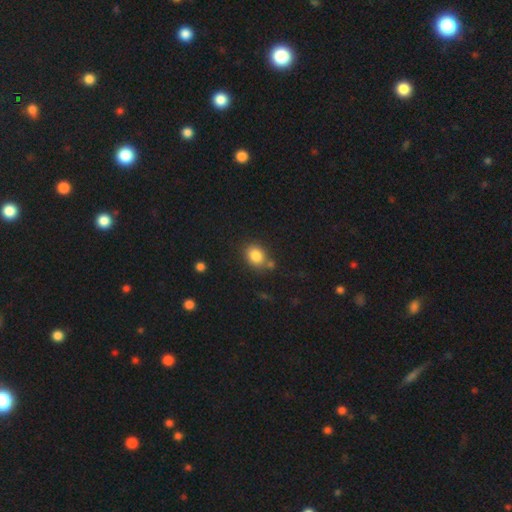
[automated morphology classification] A smooth galaxy with no disk features (84%) that is round (52%).

Vote fractions:
- Smooth or featured? smooth: 84% / star or artifact: 10% / featured or disk: 6%
- How rounded? round: 52% / in between: 47% / cigar-shaped: 1%
- Merging? none: 70% / minor disturbance: 14% / merger: 12% / major disturbance: 4%